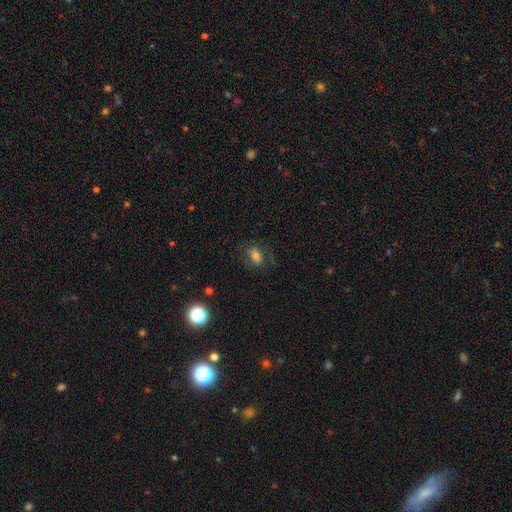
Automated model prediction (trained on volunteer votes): Overall: smooth (61%; featured or disk 27%). How rounded: in between (78%). Merging: none (68%).